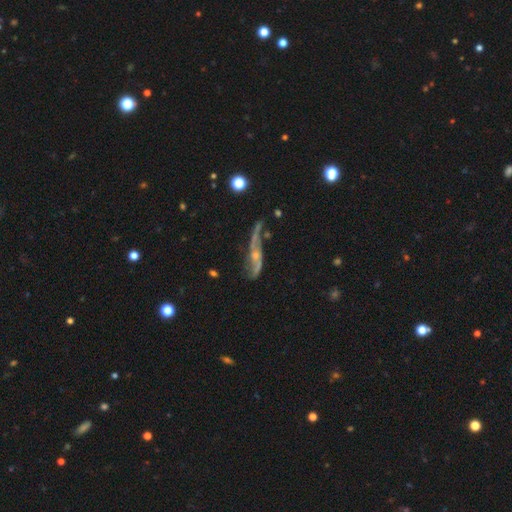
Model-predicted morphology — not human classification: A featured or disk galaxy (80%) with no bar (64%), spiral arms (84%) and a small central bulge (62%). Merging: none (47%).